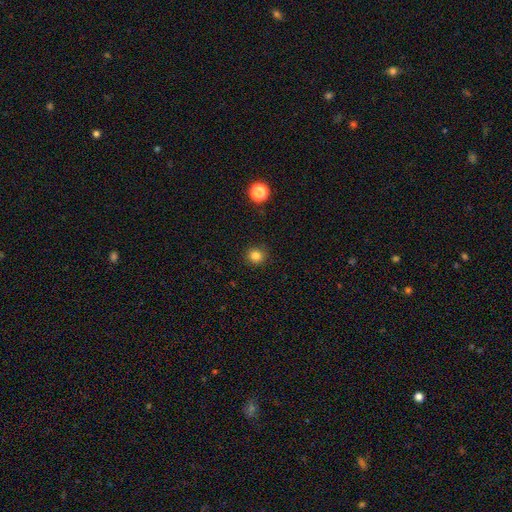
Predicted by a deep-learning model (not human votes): A smooth galaxy with no disk features (82%) that is round (91%). Merging: none (90%).